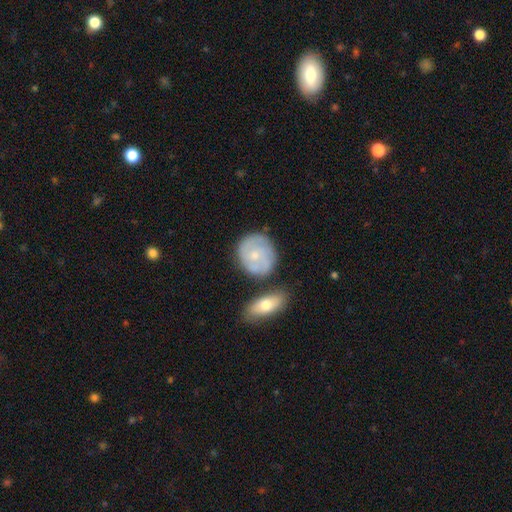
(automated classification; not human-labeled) Smooth or featured? featured or disk (53%)
Edge-on disk? no (96%)
Bar? no (79%)
Spiral arms? yes (73%)
Bulge size? small (54%)
Merging? none (67%)